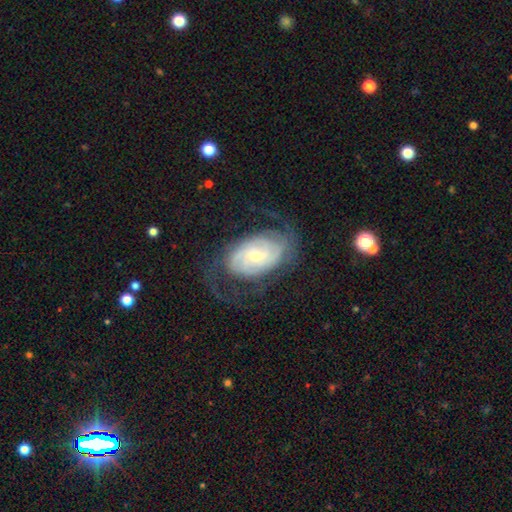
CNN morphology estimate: type=featured or disk (80%); edge-on=no (95%); bar=weak (45%); spiral arms=yes (92%); winding=tight (48%); arm count=2 (47%); bulge=moderate (48%); merging=none (62%).